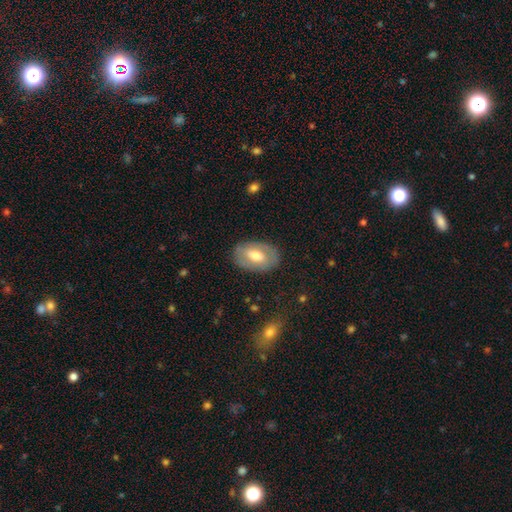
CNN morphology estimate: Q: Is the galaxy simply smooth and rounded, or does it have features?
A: smooth — 51%.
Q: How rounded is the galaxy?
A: in between — 88%.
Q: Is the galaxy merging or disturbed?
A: none — 82%.